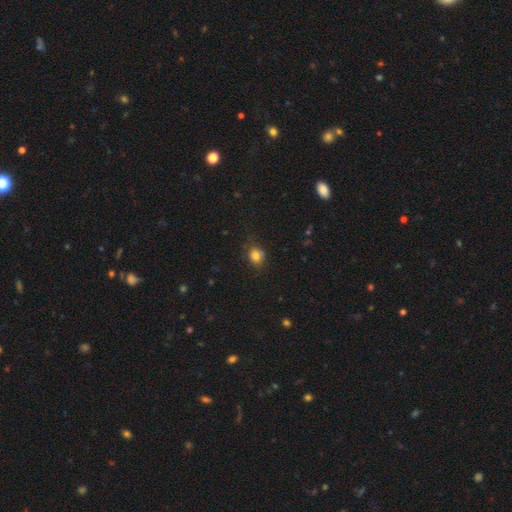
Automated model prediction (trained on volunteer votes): Smooth or featured? Predicted: smooth (p=0.80). How rounded? Predicted: round (p=0.64). Merging? Predicted: none (p=0.71).